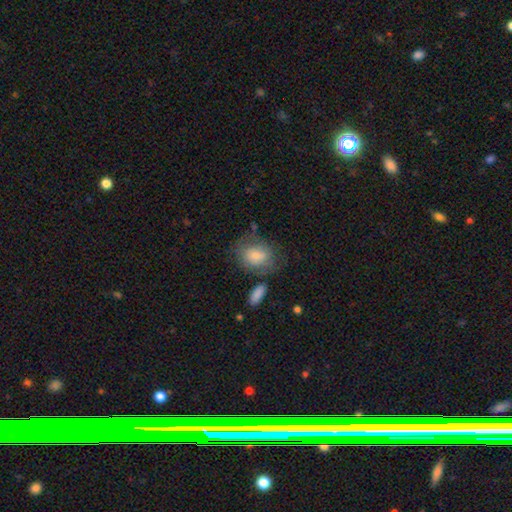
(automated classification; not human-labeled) Overall: smooth (73%). How rounded: in between (58%; round 40%). Merging: none (58%; minor disturbance 21%).